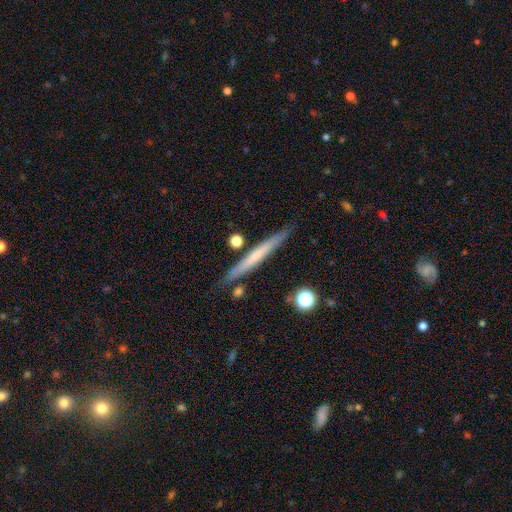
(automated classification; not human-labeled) Smooth or featured: smooth — 51% (featured or disk — 43%)
How rounded: cigar-shaped — 96% (in between — 2%)
Merging: none — 85% (minor disturbance — 10%)